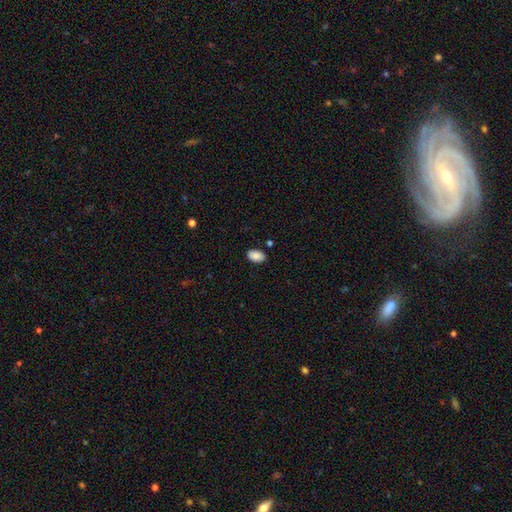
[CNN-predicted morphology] smooth 88%, star or artifact 7%, featured or disk 4%. Down the decision tree: how rounded — in between (92%); merging — none (86%).